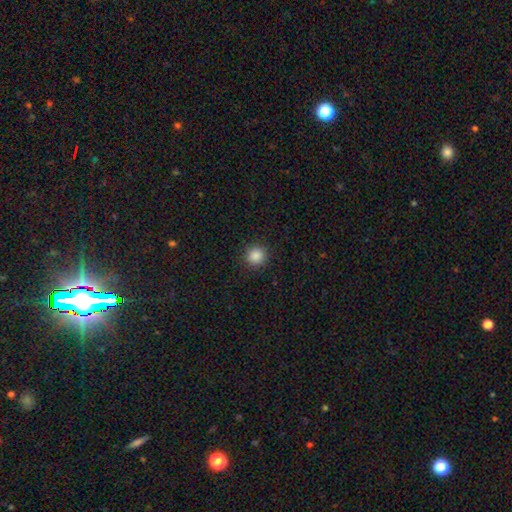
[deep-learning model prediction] smooth_or_featured: smooth (p=0.87) [alt: star or artifact p=0.10]
how_rounded: round (p=0.93) [alt: in between p=0.06]
merging: none (p=0.92) [alt: minor disturbance p=0.05]